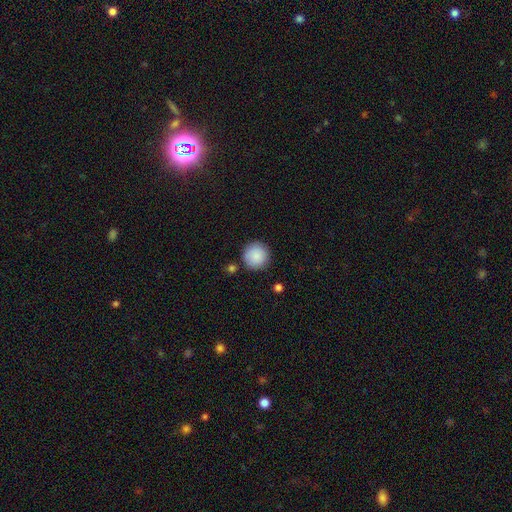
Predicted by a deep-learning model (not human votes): This is clearly a smooth galaxy (89%). How rounded: clearly round (95%). Merging: clearly none (87%).